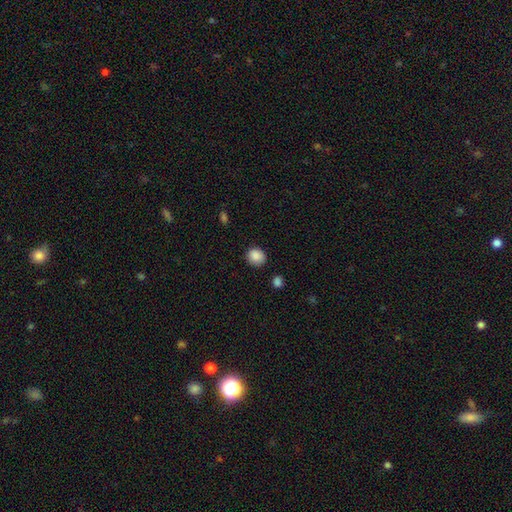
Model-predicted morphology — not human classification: Q: Smooth or featured?
A: smooth (88%); runner-up: star or artifact (9%)
Q: How rounded?
A: round (77%); runner-up: in between (22%)
Q: Merging?
A: none (85%); runner-up: minor disturbance (11%)